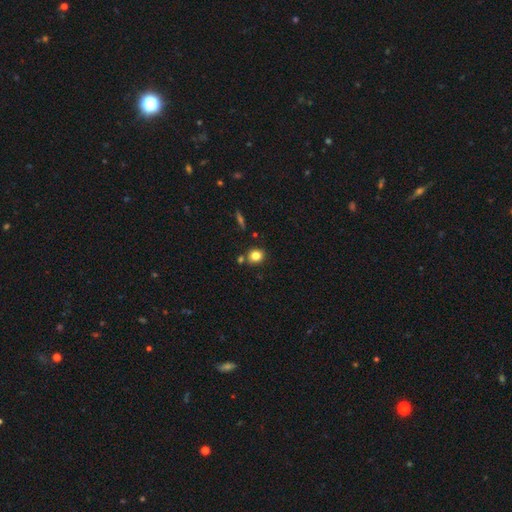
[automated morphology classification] smooth 81%, star or artifact 11%, featured or disk 8%. Down the decision tree: how rounded — round (80%); merging — none (78%).